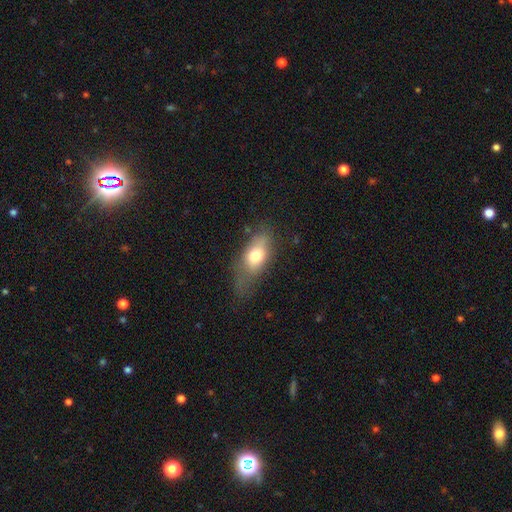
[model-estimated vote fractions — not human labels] This is likely a smooth galaxy (71%). How rounded: clearly in between (83%). Merging: possibly none (46%).